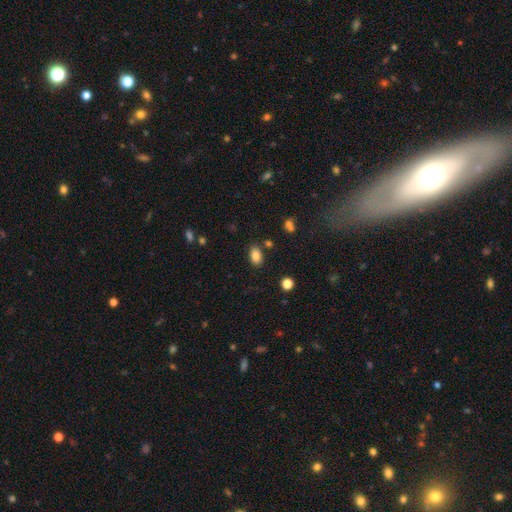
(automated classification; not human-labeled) Morphology: type=smooth (85%); roundness=in between (86%); merging=none (83%).